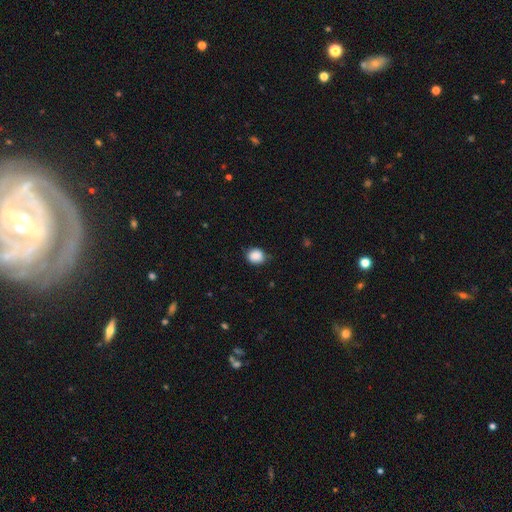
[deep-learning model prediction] A smooth galaxy with no disk features (88%) that is round (65%). Merging: none (74%).